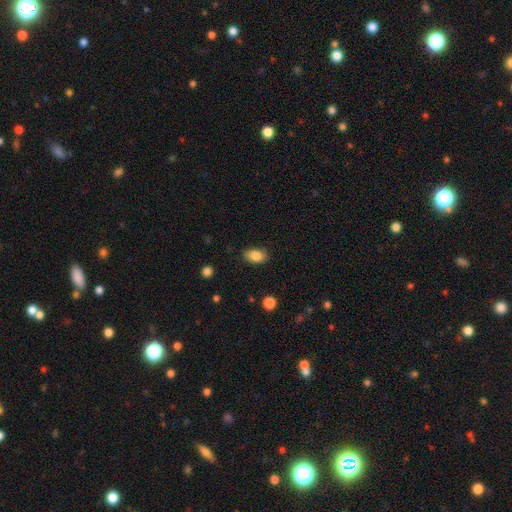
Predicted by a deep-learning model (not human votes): Q: Smooth or featured?
A: smooth (84%); runner-up: featured or disk (8%)
Q: How rounded?
A: in between (90%); runner-up: round (7%)
Q: Merging?
A: none (83%); runner-up: minor disturbance (13%)